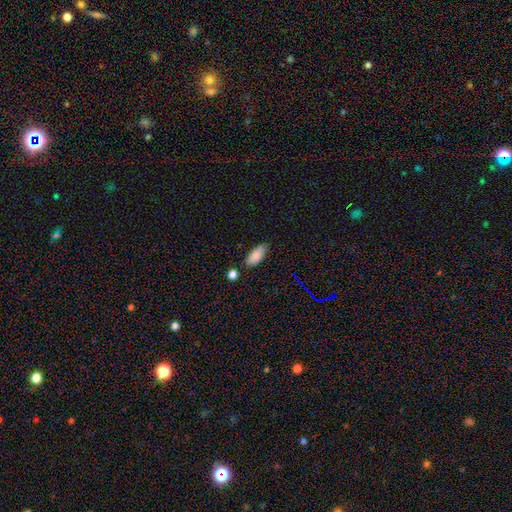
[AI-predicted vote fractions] Smooth or featured? smooth (85%)
How rounded? in between (82%)
Merging? none (75%)